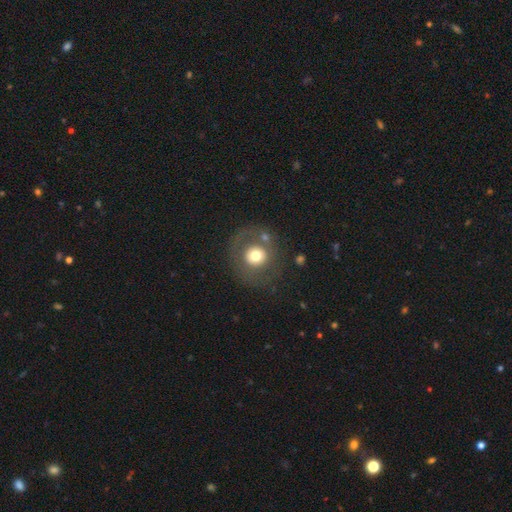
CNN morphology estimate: Smooth or featured? Predicted: smooth (p=0.61). How rounded? Predicted: round (p=0.90). Merging? Predicted: none (p=0.73).